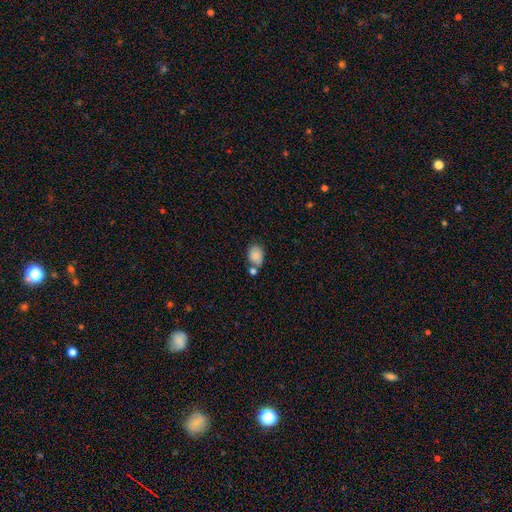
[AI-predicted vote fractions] Smooth or featured: smooth — 85% (star or artifact — 8%)
How rounded: in between — 71% (round — 28%)
Merging: none — 48% (merger — 30%)